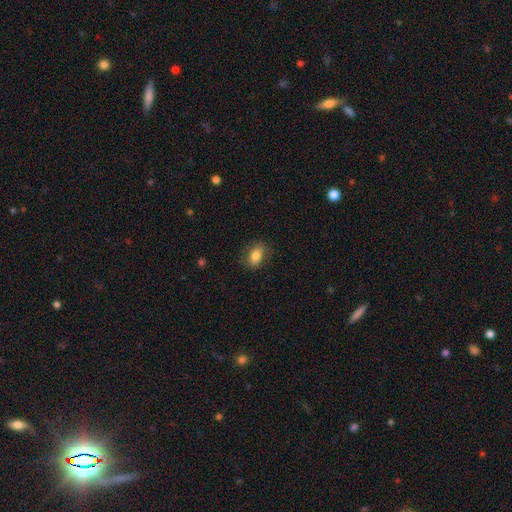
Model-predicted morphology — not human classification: Smooth or featured: smooth — 81% (featured or disk — 11%)
How rounded: in between — 81% (round — 17%)
Merging: none — 81% (minor disturbance — 14%)